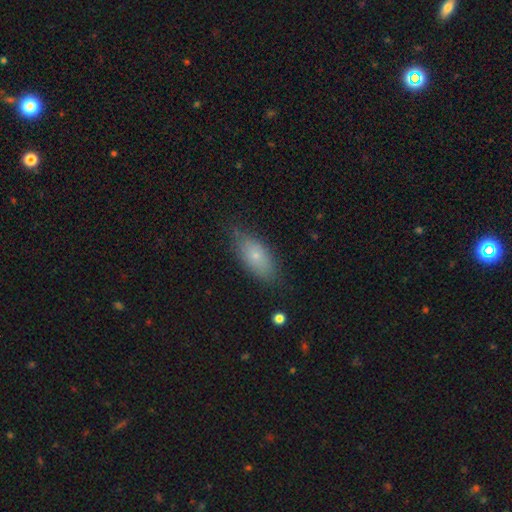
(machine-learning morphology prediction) type=smooth (73%); roundness=in between (83%); merging=none (75%).